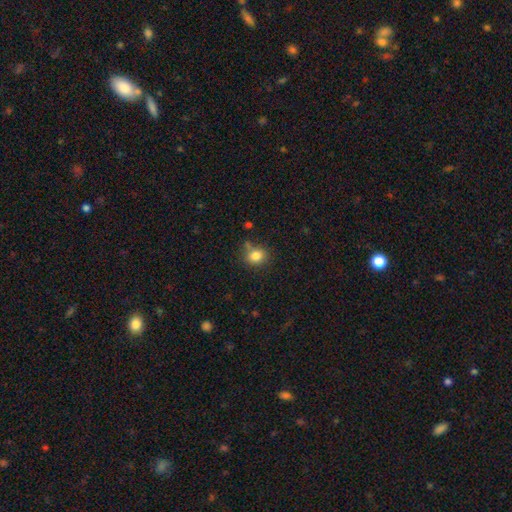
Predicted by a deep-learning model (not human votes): A smooth galaxy with no disk features (83%) that is round (55%).

Vote fractions:
- Smooth or featured? smooth: 83% / star or artifact: 11% / featured or disk: 7%
- How rounded? round: 55% / in between: 44% / cigar-shaped: 1%
- Merging? none: 72% / minor disturbance: 17% / merger: 6% / major disturbance: 4%